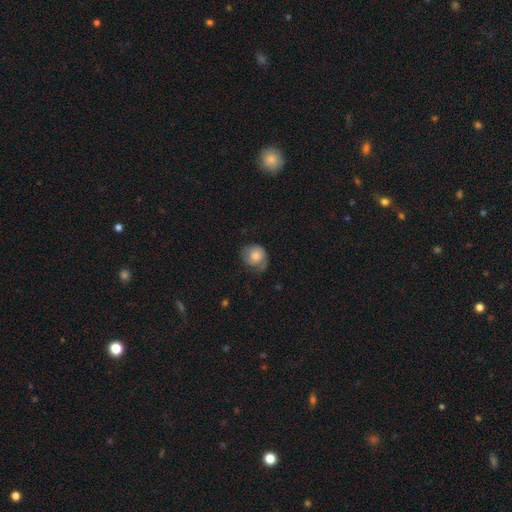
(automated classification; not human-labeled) Smooth or featured? Predicted: smooth (p=0.59). How rounded? Predicted: round (p=0.76). Merging? Predicted: none (p=0.48).